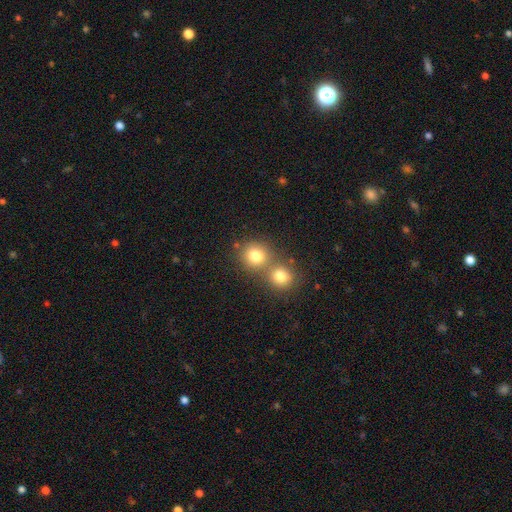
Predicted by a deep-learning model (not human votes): smooth-or-featured: smooth: 79% | star or artifact: 13% | featured or disk: 8%
  how-rounded: round: 88% | in between: 11% | cigar-shaped: 1%
  merging: none: 52% | merger: 40% | minor disturbance: 6% | major disturbance: 3%